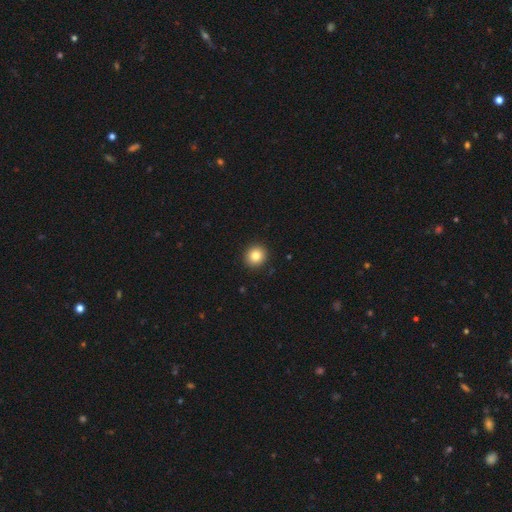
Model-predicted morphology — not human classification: Q: Smooth or featured?
A: smooth (82%); runner-up: star or artifact (10%)
Q: How rounded?
A: round (90%); runner-up: in between (9%)
Q: Merging?
A: none (93%); runner-up: minor disturbance (5%)